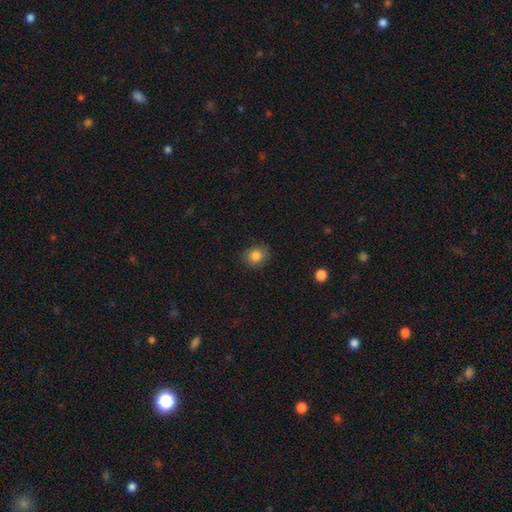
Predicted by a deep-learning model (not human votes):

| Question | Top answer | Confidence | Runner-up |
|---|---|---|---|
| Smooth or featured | smooth | 83% | star or artifact (11%) |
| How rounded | round | 71% | in between (28%) |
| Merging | none | 82% | minor disturbance (14%) |